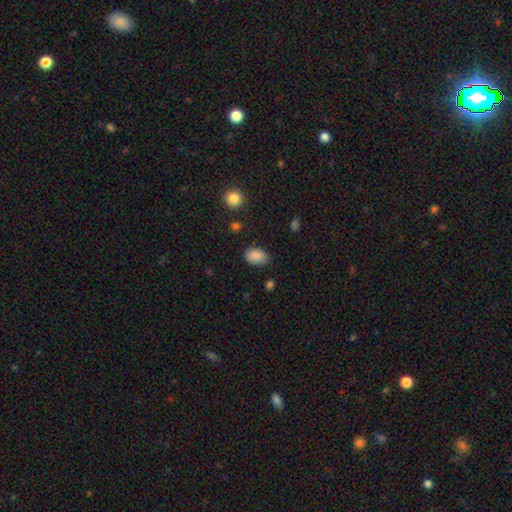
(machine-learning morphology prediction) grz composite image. It shows a smooth galaxy with no disk features (88%) that is in between round and cigar-shaped (85%). Merging: none (77%).